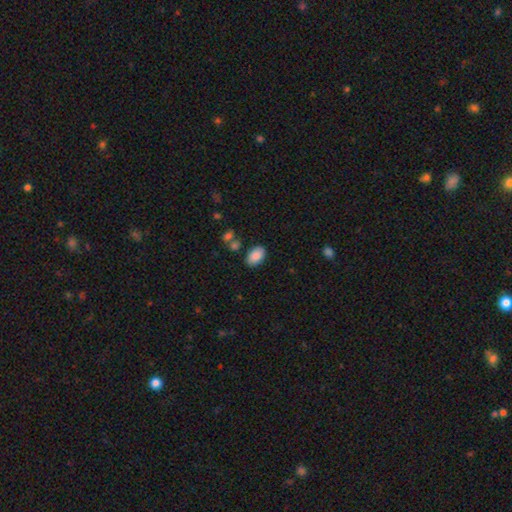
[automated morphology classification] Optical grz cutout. It shows a smooth galaxy with no disk features (89%) that is in between round and cigar-shaped (91%). Merging: none (83%).